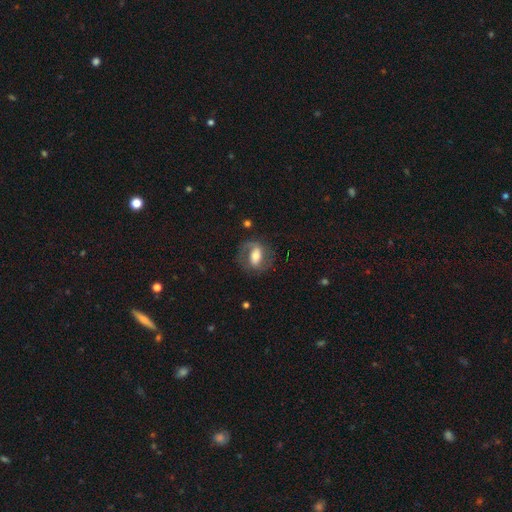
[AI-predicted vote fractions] smooth_or_featured: featured or disk (p=0.62) [alt: smooth p=0.31]
disk_edge_on: no (p=0.94) [alt: yes p=0.06]
bar: strong (p=0.41) [alt: weak p=0.35]
has_spiral_arms: yes (p=0.77) [alt: no p=0.23]
bulge_size: moderate (p=0.59) [alt: large p=0.20]
merging: none (p=0.69) [alt: minor disturbance p=0.16]